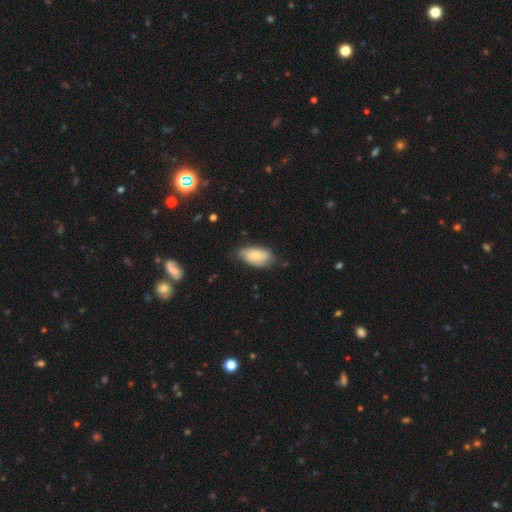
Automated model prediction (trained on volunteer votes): This is likely a smooth galaxy (68%). How rounded: clearly in between (93%). Merging: likely none (66%).